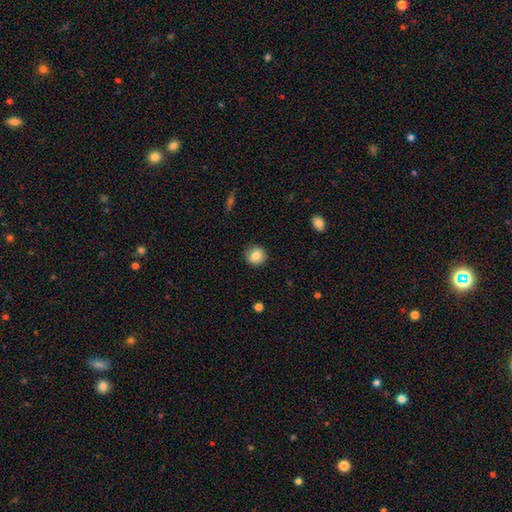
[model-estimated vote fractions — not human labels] Smooth or featured: smooth — 84% (star or artifact — 9%)
How rounded: round — 86% (in between — 13%)
Merging: none — 87% (minor disturbance — 10%)